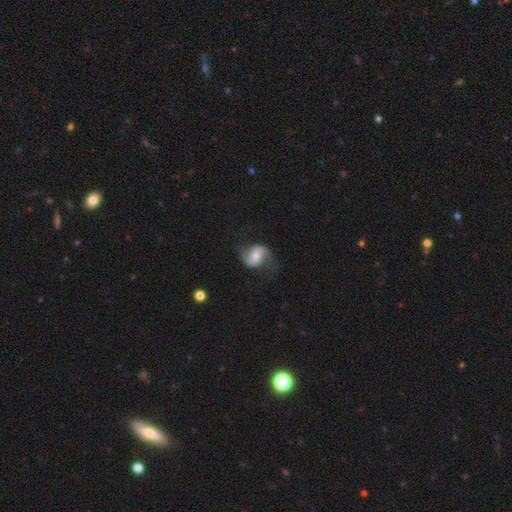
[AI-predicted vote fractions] Q: Smooth or featured?
A: featured or disk (80%); runner-up: smooth (14%)
Q: Edge-on disk?
A: no (97%); runner-up: yes (3%)
Q: Bar?
A: weak (42%); runner-up: no (32%)
Q: Spiral arms?
A: yes (94%); runner-up: no (6%)
Q: Spiral winding?
A: loose (63%); runner-up: medium (30%)
Q: Spiral arm count?
A: 2 (92%); runner-up: can't tell (3%)
Q: Bulge size?
A: moderate (57%); runner-up: small (33%)
Q: Merging?
A: none (74%); runner-up: minor disturbance (16%)